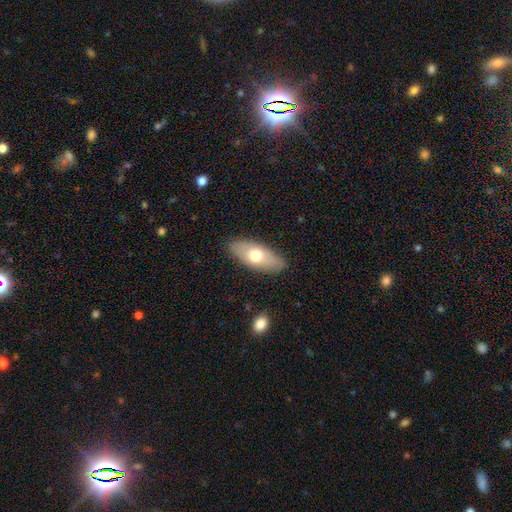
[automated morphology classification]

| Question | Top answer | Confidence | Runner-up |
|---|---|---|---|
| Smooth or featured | smooth | 64% | featured or disk (30%) |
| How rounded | in between | 83% | cigar-shaped (14%) |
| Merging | none | 86% | minor disturbance (10%) |